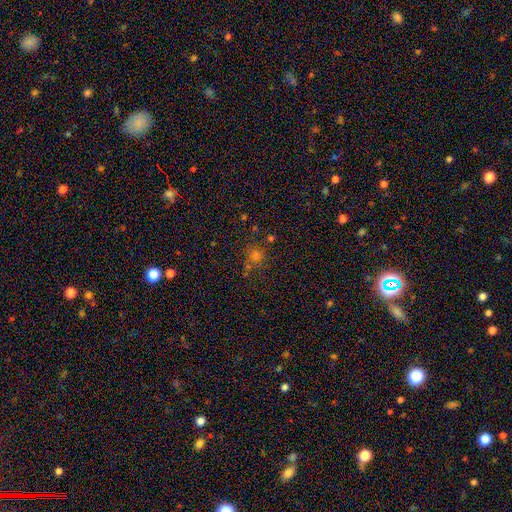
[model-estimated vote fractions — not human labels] Morphology: type=smooth (59%); roundness=round (85%); merging=none (69%).